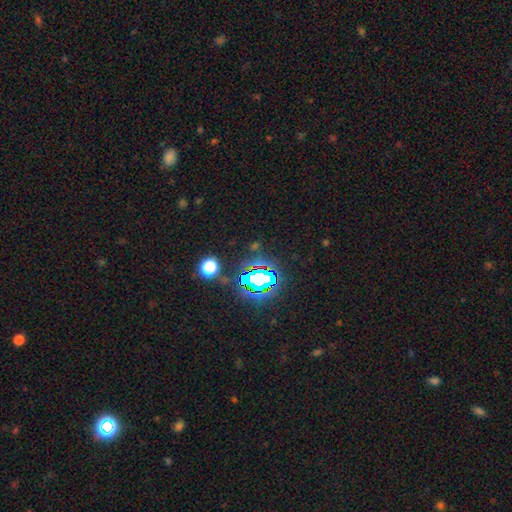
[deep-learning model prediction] Smooth or featured: star or artifact — 79% (smooth — 13%)